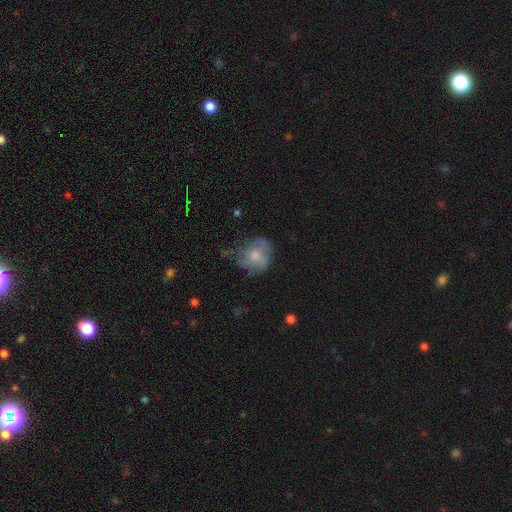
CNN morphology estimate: A featured or disk galaxy (46%).

Vote fractions:
- Smooth or featured? featured or disk: 46% / smooth: 45% / star or artifact: 9%
- Merging? none: 48% / minor disturbance: 28% / major disturbance: 21% / merger: 3%